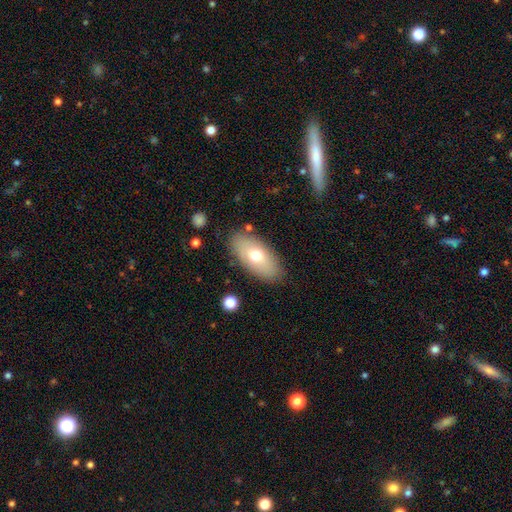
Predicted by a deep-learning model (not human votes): Smooth or featured? Predicted: smooth (p=0.67). How rounded? Predicted: in between (p=0.90). Merging? Predicted: none (p=0.84).